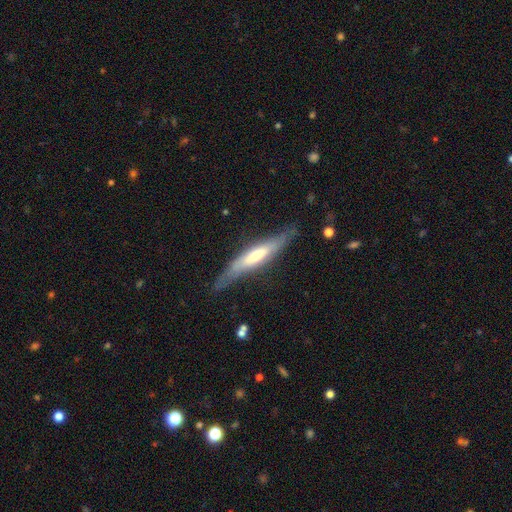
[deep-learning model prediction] A featured or disk galaxy (60%) viewed edge-on (81%). Merging: none (72%).